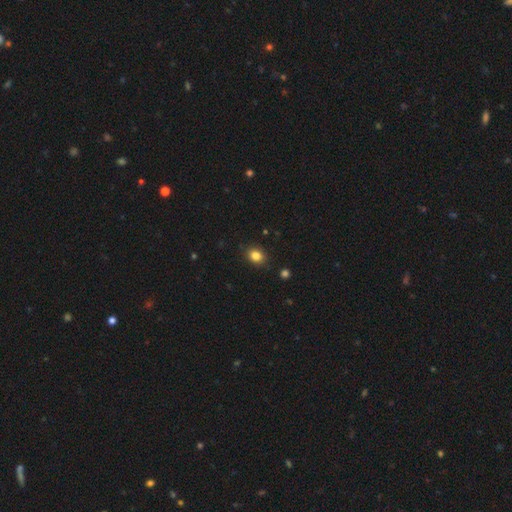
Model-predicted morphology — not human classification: smooth-or-featured: smooth: 84% | star or artifact: 11% | featured or disk: 5%
  how-rounded: round: 54% | in between: 45% | cigar-shaped: 1%
  merging: none: 87% | minor disturbance: 9% | major disturbance: 2% | merger: 1%